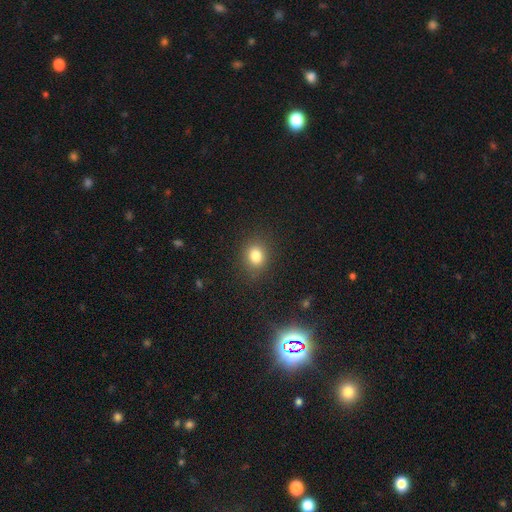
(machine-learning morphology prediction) smooth_or_featured: smooth (p=0.81) [alt: star or artifact p=0.13]
how_rounded: round (p=0.62) [alt: in between p=0.37]
merging: none (p=0.86) [alt: minor disturbance p=0.09]